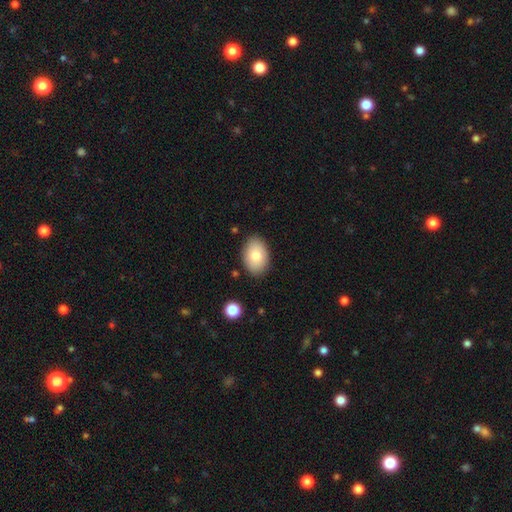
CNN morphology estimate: Overall: smooth (83%). How rounded: in between (89%). Merging: none (85%).